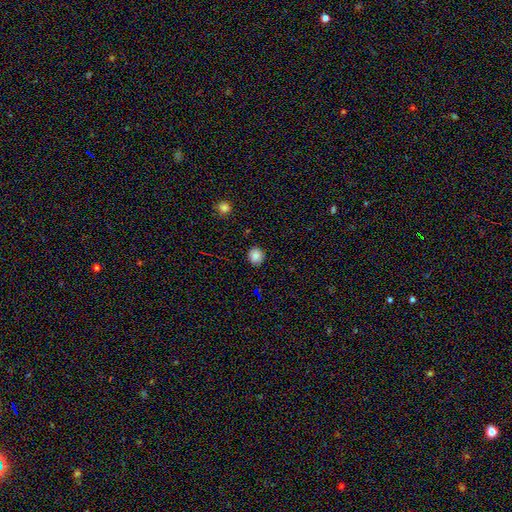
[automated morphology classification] smooth 84%, star or artifact 11%, featured or disk 5%. Down the decision tree: how rounded — round (84%); merging — none (90%).